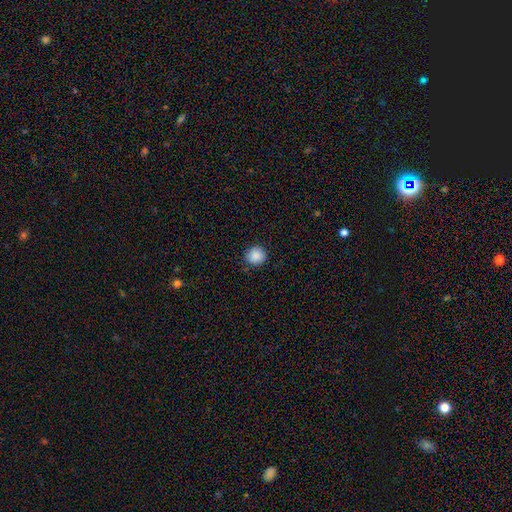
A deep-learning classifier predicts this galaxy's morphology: A smooth galaxy with no disk features (88%) that is round (92%).

Vote fractions:
- Smooth or featured? smooth: 88% / star or artifact: 9% / featured or disk: 3%
- How rounded? round: 92% / in between: 7% / cigar-shaped: 1%
- Merging? none: 88% / minor disturbance: 9% / major disturbance: 2% / merger: 1%